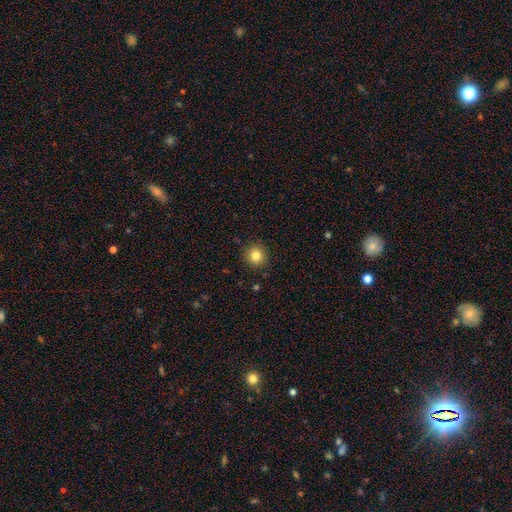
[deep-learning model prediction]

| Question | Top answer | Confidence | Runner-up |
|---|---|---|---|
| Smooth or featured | smooth | 83% | star or artifact (11%) |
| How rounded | round | 91% | in between (8%) |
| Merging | none | 91% | minor disturbance (6%) |